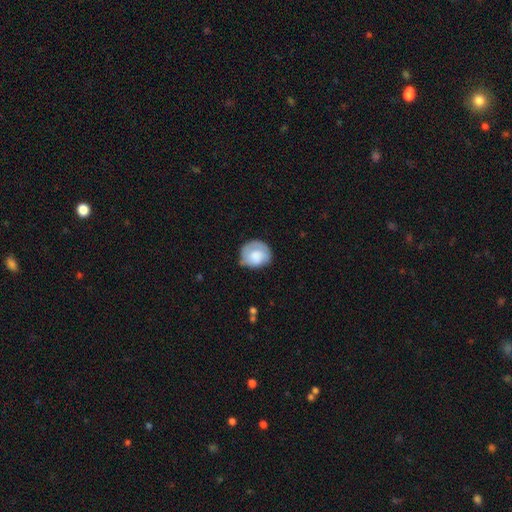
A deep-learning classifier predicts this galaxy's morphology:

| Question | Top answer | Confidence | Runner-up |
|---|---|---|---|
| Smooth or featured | smooth | 72% | featured or disk (22%) |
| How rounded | round | 76% | in between (23%) |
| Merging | none | 60% | minor disturbance (28%) |